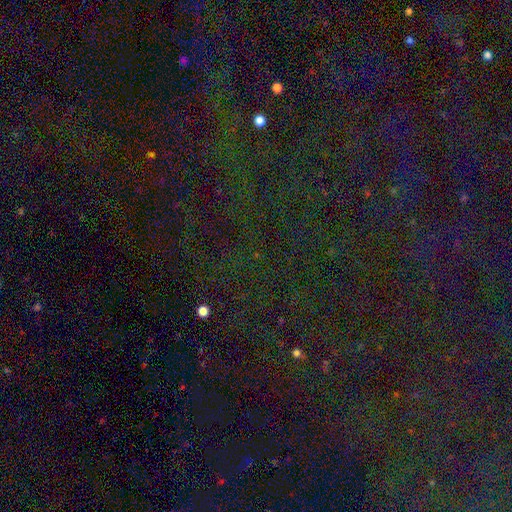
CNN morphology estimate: This appears to be a star or artifact, not a galaxy (83%).